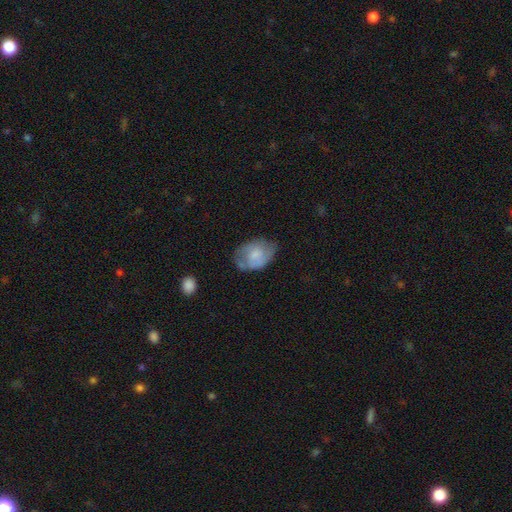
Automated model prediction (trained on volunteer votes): Q: Smooth or featured?
A: smooth (59%); runner-up: featured or disk (34%)
Q: How rounded?
A: in between (75%); runner-up: round (23%)
Q: Merging?
A: none (47%); runner-up: minor disturbance (36%)